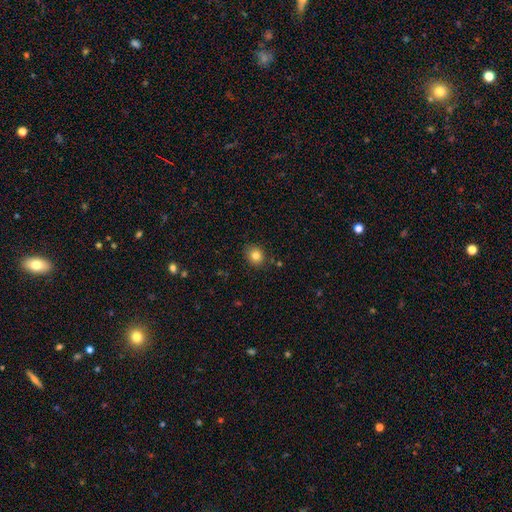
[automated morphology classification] smooth-or-featured: smooth: 82% | star or artifact: 11% | featured or disk: 7%
  how-rounded: round: 74% | in between: 25% | cigar-shaped: 1%
  merging: none: 86% | minor disturbance: 10% | major disturbance: 2% | merger: 2%